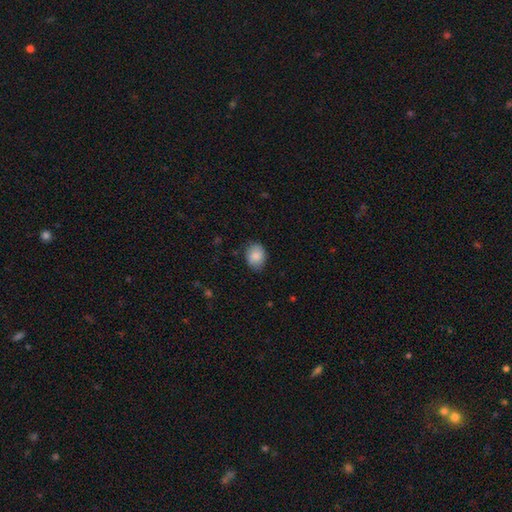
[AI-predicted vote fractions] A smooth galaxy with no disk features (86%) that is in between round and cigar-shaped (60%).

Vote fractions:
- Smooth or featured? smooth: 86% / star or artifact: 7% / featured or disk: 7%
- How rounded? in between: 60% / round: 39% / cigar-shaped: 1%
- Merging? none: 80% / minor disturbance: 16% / major disturbance: 3% / merger: 1%